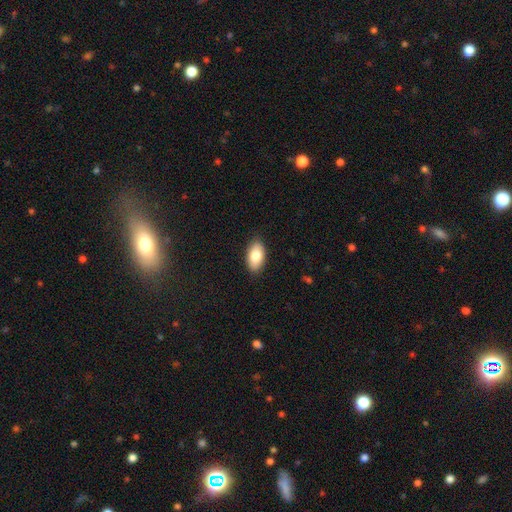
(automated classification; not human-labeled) Smooth or featured? Predicted: smooth (p=0.81). How rounded? Predicted: in between (p=0.94). Merging? Predicted: none (p=0.87).